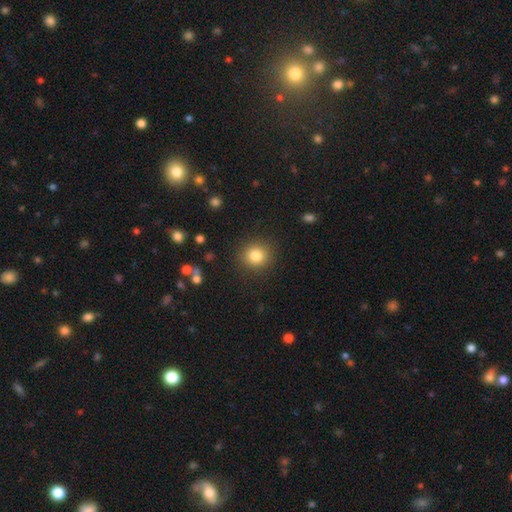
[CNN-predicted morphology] A smooth galaxy with no disk features (83%) that is round (90%). Merging: none (89%).